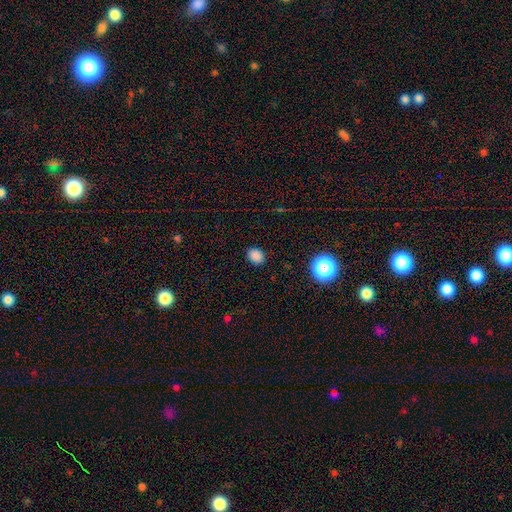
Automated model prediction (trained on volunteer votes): The model was most divided on "how rounded": in between: 50%, round: 49%, cigar-shaped: 1%. More confident: merging — none (87%); smooth or featured — smooth (82%).